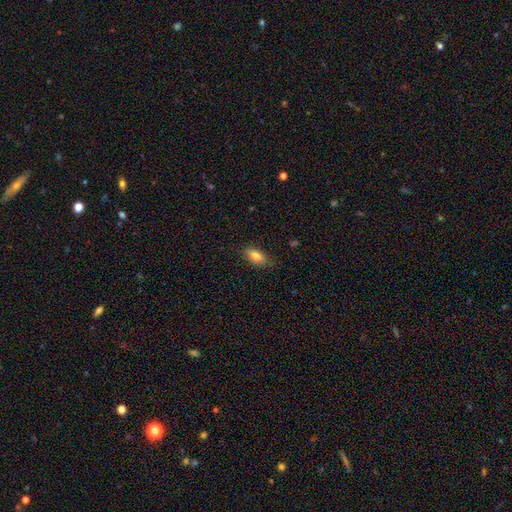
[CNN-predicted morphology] Overall: smooth (82%). How rounded: in between (86%). Merging: none (79%).